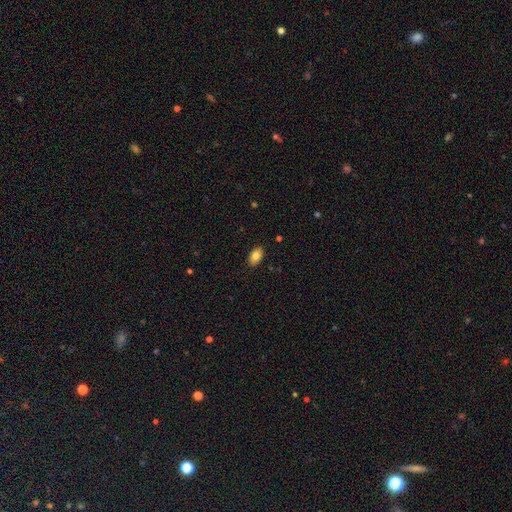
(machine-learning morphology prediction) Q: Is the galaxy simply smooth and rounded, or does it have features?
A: smooth — 82%.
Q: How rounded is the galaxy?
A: in between — 91%.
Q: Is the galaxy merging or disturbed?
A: none — 88%.